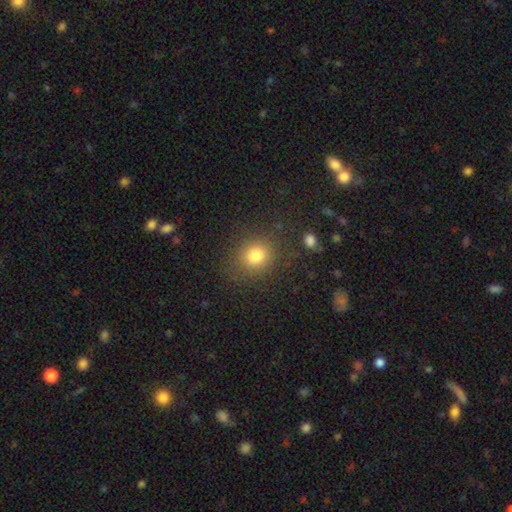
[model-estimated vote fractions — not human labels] Smooth or featured?
  - smooth: 80% *
  - star or artifact: 13%
  - featured or disk: 7%
How rounded?
  - round: 77% *
  - in between: 22%
  - cigar-shaped: 1%
Merging?
  - none: 83% *
  - minor disturbance: 10%
  - major disturbance: 5%
  - merger: 2%